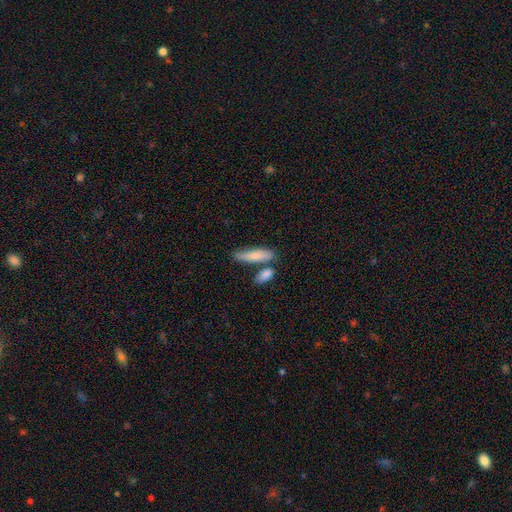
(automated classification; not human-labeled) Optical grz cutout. It shows a smooth galaxy with no disk features (80%) that is cigar-shaped (68%). Merging: none (63%).